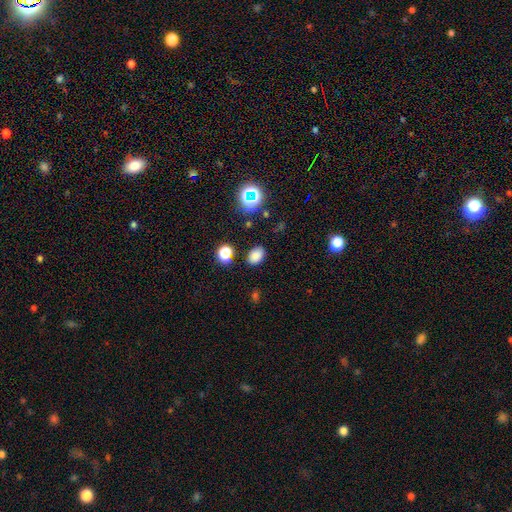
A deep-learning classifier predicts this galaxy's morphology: This is likely a smooth galaxy (79%). How rounded: likely in between (77%). Merging: clearly none (85%).